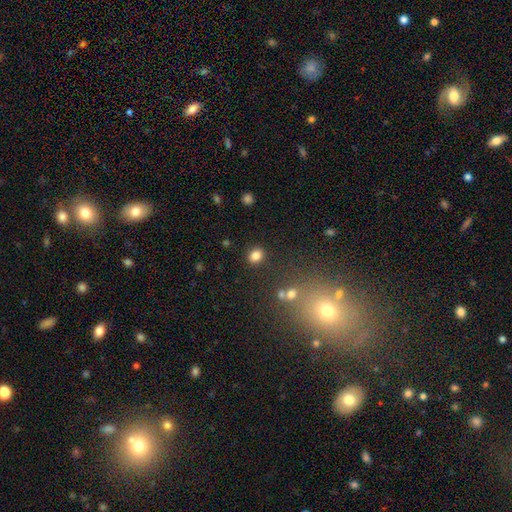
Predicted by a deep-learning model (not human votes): Smooth or featured? smooth (83%)
How rounded? round (54%)
Merging? none (85%)